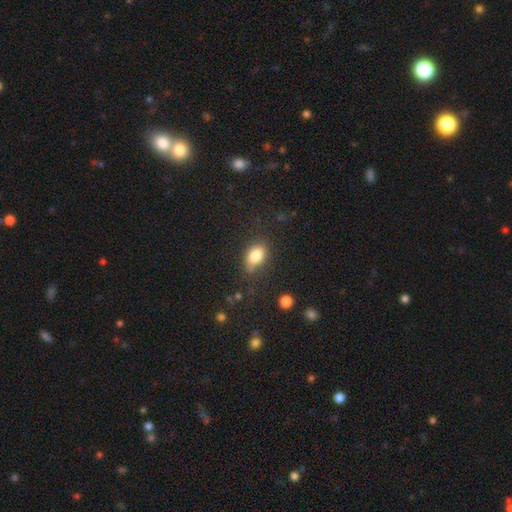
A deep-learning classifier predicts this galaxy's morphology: Smooth or featured? smooth (82%)
How rounded? in between (84%)
Merging? none (65%)